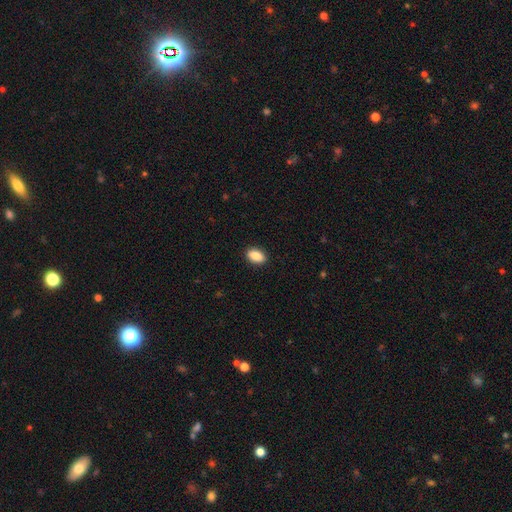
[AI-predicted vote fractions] A smooth galaxy with no disk features (88%) that is in between round and cigar-shaped (90%).

Vote fractions:
- Smooth or featured? smooth: 88% / star or artifact: 7% / featured or disk: 5%
- How rounded? in between: 90% / round: 7% / cigar-shaped: 3%
- Merging? none: 90% / minor disturbance: 7% / major disturbance: 2% / merger: 1%